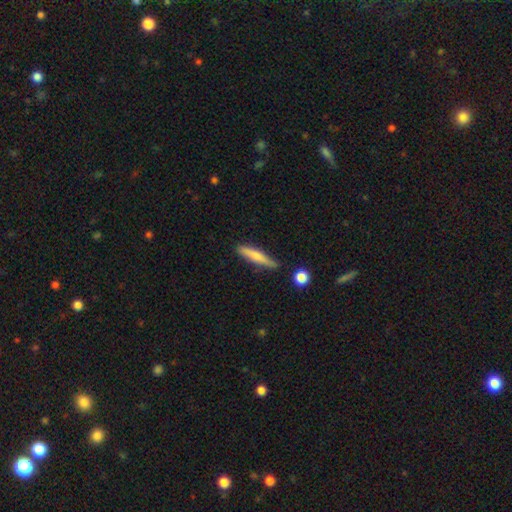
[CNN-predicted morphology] Smooth or featured? smooth (67%)
How rounded? cigar-shaped (88%)
Merging? none (76%)